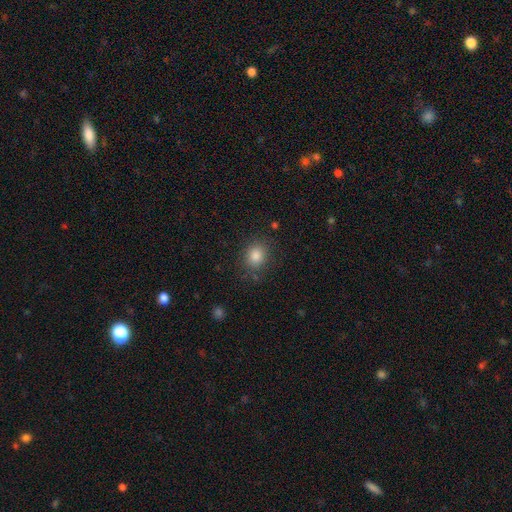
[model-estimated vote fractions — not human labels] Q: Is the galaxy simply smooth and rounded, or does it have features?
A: smooth — 84%.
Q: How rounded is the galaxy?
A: round — 69%.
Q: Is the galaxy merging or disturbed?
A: none — 83%.